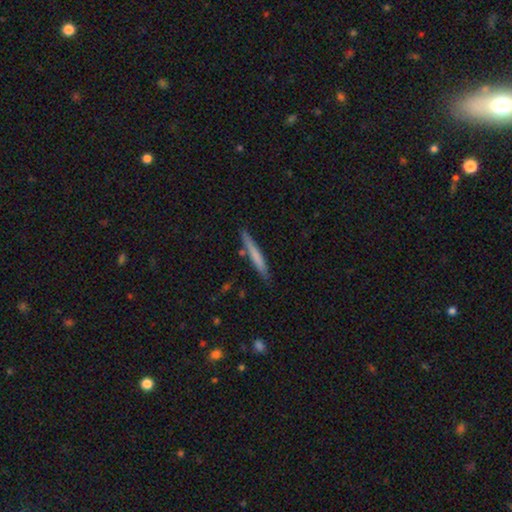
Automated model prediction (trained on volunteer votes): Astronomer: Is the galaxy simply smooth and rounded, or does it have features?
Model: smooth — 67%.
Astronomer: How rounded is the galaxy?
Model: cigar-shaped — 96%.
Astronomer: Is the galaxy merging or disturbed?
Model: none — 84%.